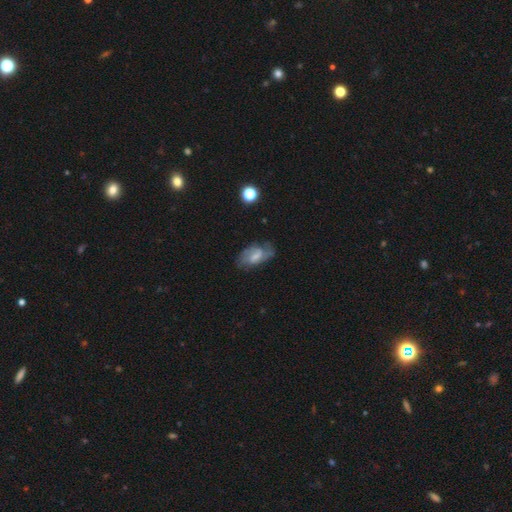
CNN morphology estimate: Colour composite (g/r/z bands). It shows a featured or disk galaxy (64%) with a weak bar (55%), 2 (72%) medium (48%) spiral arms (85%) and a small central bulge (37%). Merging: none (62%).